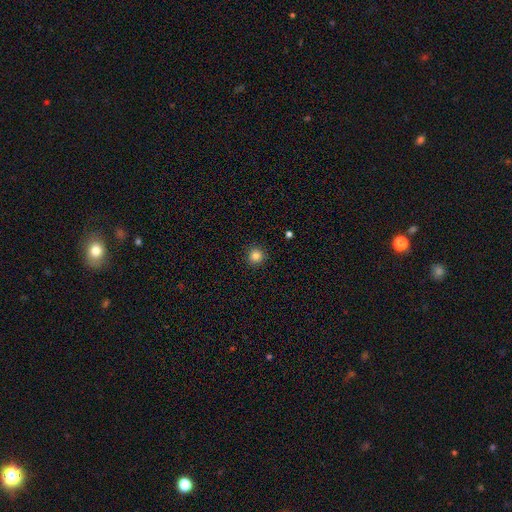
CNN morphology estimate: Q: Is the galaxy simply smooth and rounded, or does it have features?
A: smooth — 84%.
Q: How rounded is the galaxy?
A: round — 95%.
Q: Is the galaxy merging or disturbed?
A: none — 92%.